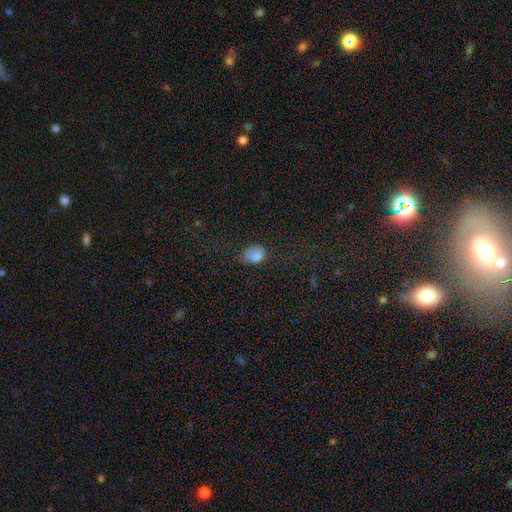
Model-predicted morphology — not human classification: Smooth or featured? Predicted: smooth (p=0.80). How rounded? Predicted: in between (p=0.73). Merging? Predicted: none (p=0.54).